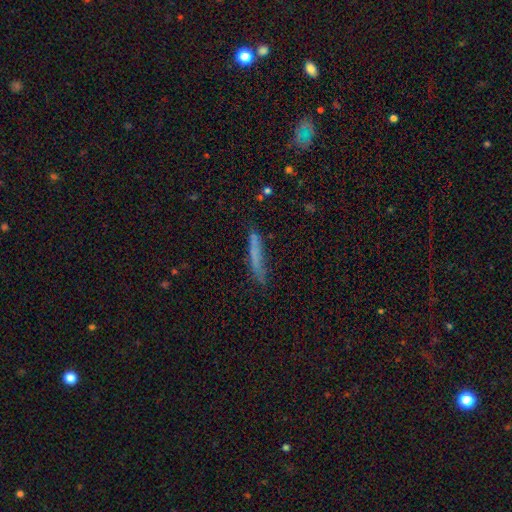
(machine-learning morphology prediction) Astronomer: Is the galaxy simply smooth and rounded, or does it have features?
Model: smooth — 62%.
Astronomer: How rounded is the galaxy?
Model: cigar-shaped — 91%.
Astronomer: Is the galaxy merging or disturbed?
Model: none — 64%.